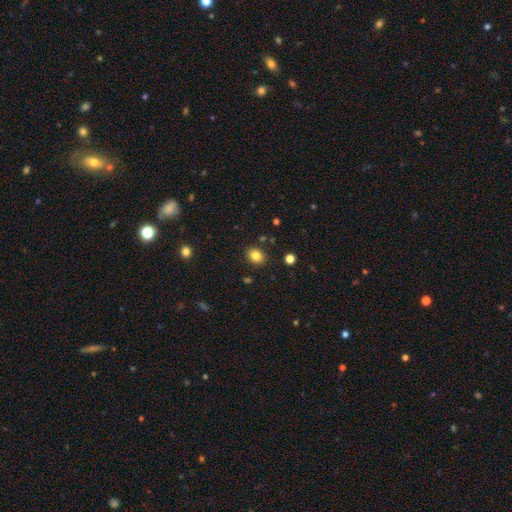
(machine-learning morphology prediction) A smooth galaxy with no disk features (82%) that is round (60%). Merging: none (87%).